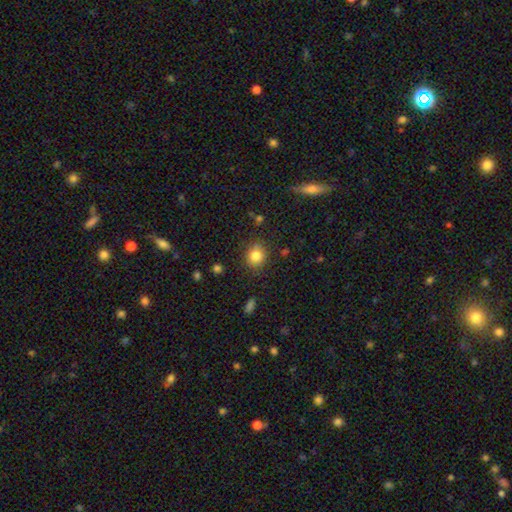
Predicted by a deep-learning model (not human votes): The model was most divided on "how rounded": round: 77%, in between: 22%, cigar-shaped: 1%. More confident: merging — none (85%); smooth or featured — smooth (83%).